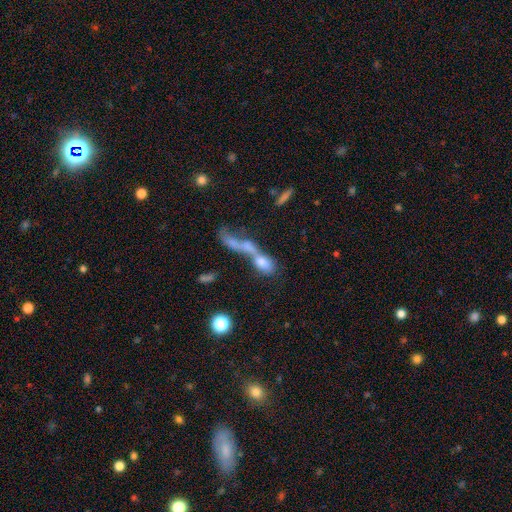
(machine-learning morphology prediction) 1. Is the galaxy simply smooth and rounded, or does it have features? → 45% smooth, 34% featured or disk, 21% star or artifact.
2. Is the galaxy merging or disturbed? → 56% merger, 26% none, 10% major disturbance, 8% minor disturbance.